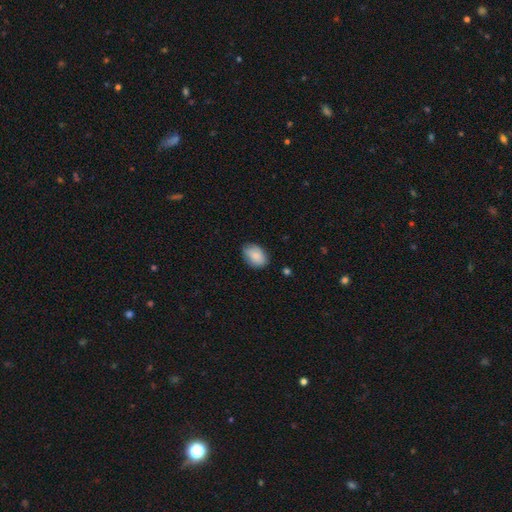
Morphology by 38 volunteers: Smooth or featured? smooth (95%)
How rounded? in between (92%)
Merging? none (74%)